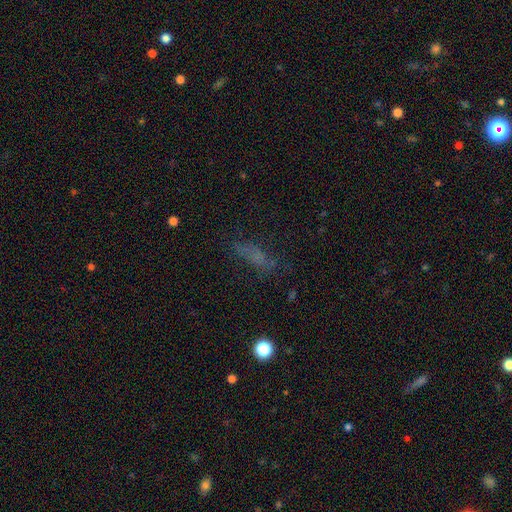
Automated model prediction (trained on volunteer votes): Smooth or featured? Predicted: smooth (p=0.51). How rounded? Predicted: in between (p=0.48). Merging? Predicted: none (p=0.59).